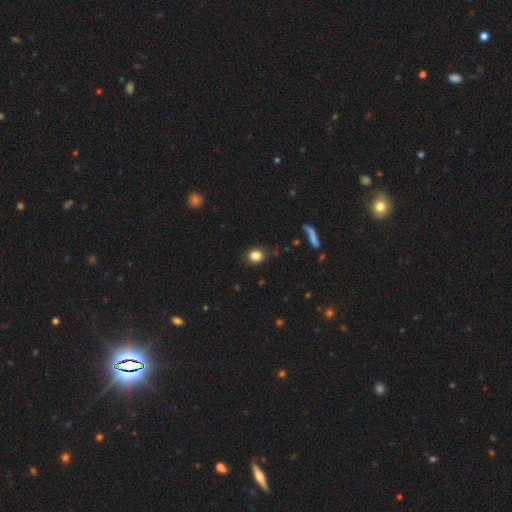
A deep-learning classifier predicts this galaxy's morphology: Smooth or featured?
  - smooth: 84% *
  - star or artifact: 10%
  - featured or disk: 5%
How rounded?
  - round: 73% *
  - in between: 25%
  - cigar-shaped: 1%
Merging?
  - none: 83% *
  - minor disturbance: 12%
  - major disturbance: 3%
  - merger: 2%